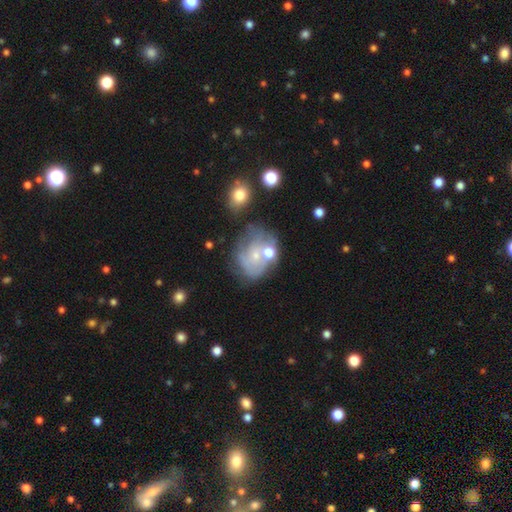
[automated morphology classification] Smooth or featured?
  - featured or disk: 61% *
  - smooth: 28%
  - star or artifact: 11%
Edge-on disk?
  - no: 98% *
  - yes: 2%
Bar?
  - no: 79% *
  - weak: 18%
  - strong: 3%
Spiral arms?
  - yes: 66% *
  - no: 34%
Bulge size?
  - small: 67% *
  - moderate: 23%
  - none: 6%
  - large: 2%
  - dominant: 1%
Merging?
  - none: 44% *
  - minor disturbance: 22%
  - major disturbance: 17%
  - merger: 16%